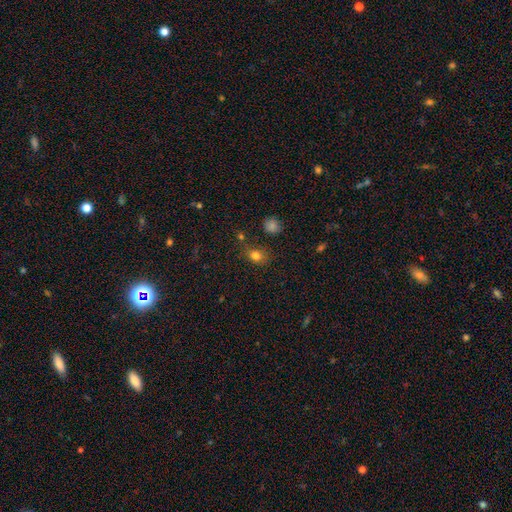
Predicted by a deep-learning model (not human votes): This appears to be a smooth galaxy with no disk features (80%) that is in between round and cigar-shaped (54%). Merging: none (73%).